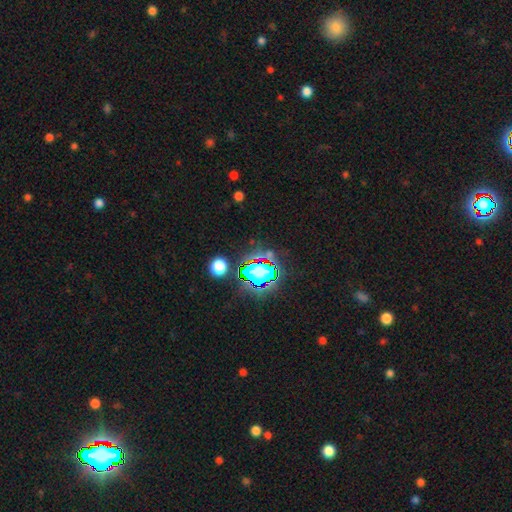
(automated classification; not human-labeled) smooth_or_featured: star or artifact (p=0.83) [alt: smooth p=0.10]